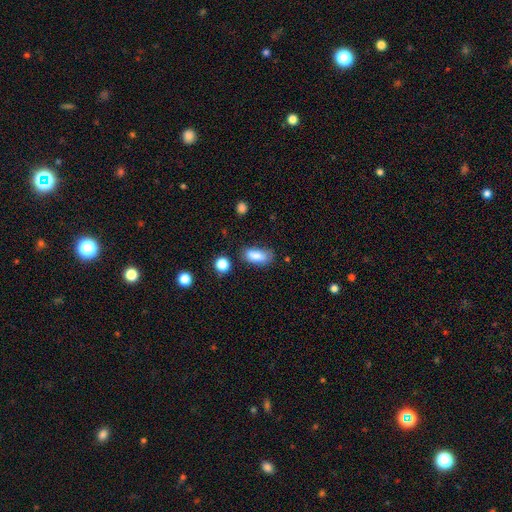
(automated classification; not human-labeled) smooth_or_featured: smooth (p=0.82) [alt: star or artifact p=0.09]
how_rounded: in between (p=0.85) [alt: cigar-shaped p=0.11]
merging: none (p=0.58) [alt: minor disturbance p=0.27]